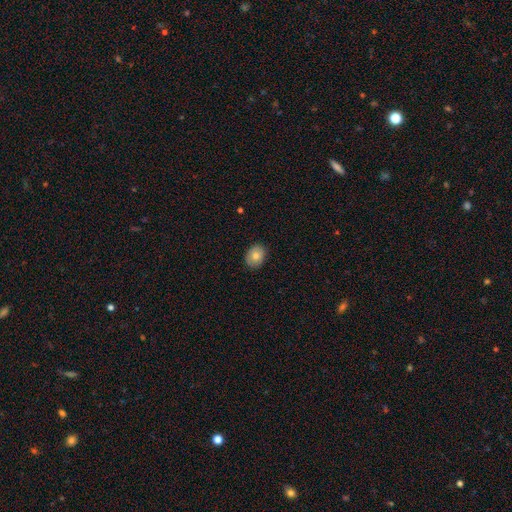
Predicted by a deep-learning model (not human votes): Smooth or featured? smooth (79%)
How rounded? in between (55%)
Merging? none (88%)